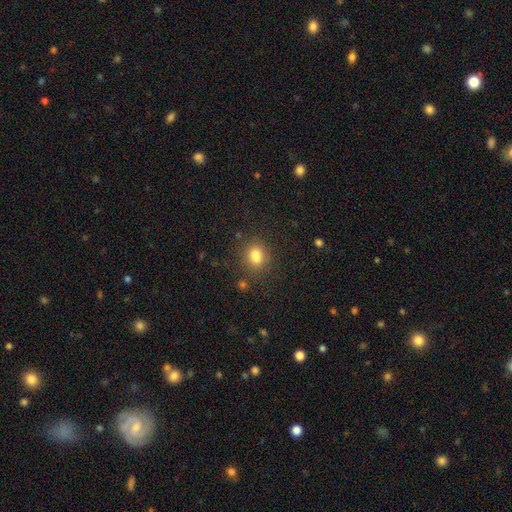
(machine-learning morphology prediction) Smooth or featured? smooth (81%)
How rounded? in between (52%)
Merging? none (75%)